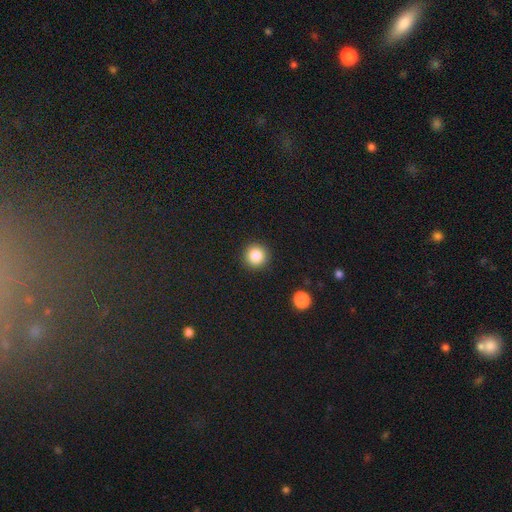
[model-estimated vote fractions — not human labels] A smooth galaxy with no disk features (85%) that is round (95%). Merging: none (91%).